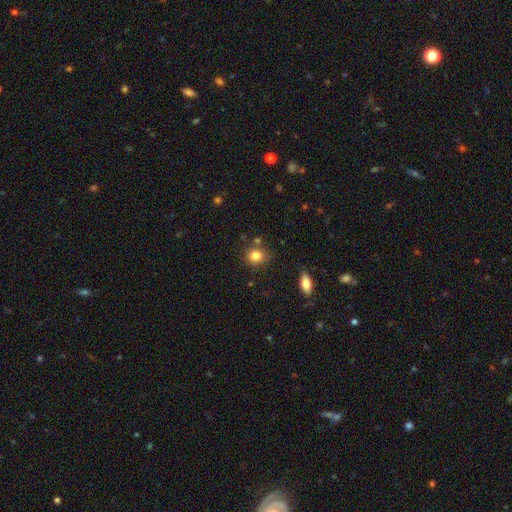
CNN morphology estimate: Smooth or featured: smooth — 83% (star or artifact — 11%)
How rounded: round — 70% (in between — 29%)
Merging: none — 79% (minor disturbance — 13%)